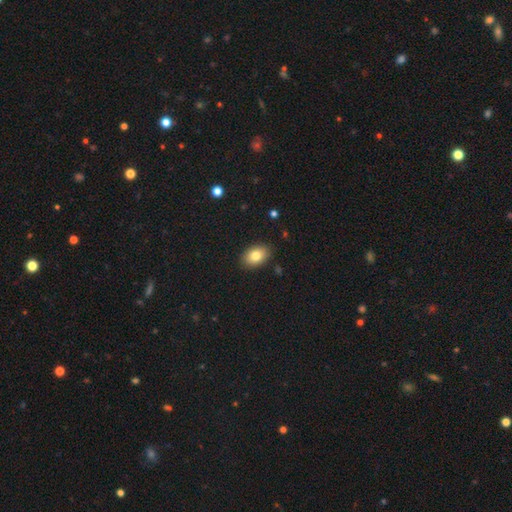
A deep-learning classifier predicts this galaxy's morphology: This appears to be a smooth galaxy with no disk features (81%) that is in between round and cigar-shaped (84%). Merging: none (88%).